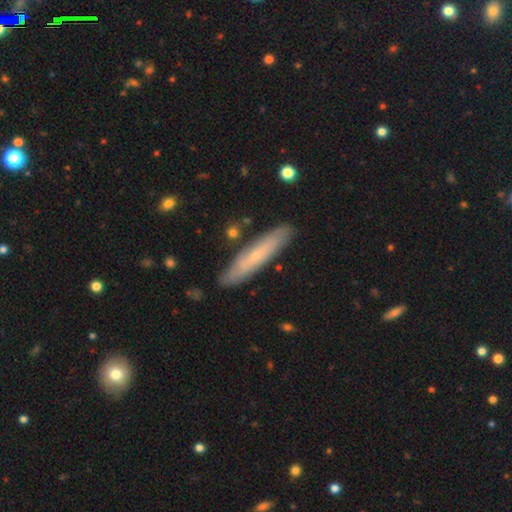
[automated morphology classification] Overall: smooth (51%; featured or disk 42%). How rounded: cigar-shaped (89%). Merging: none (85%).